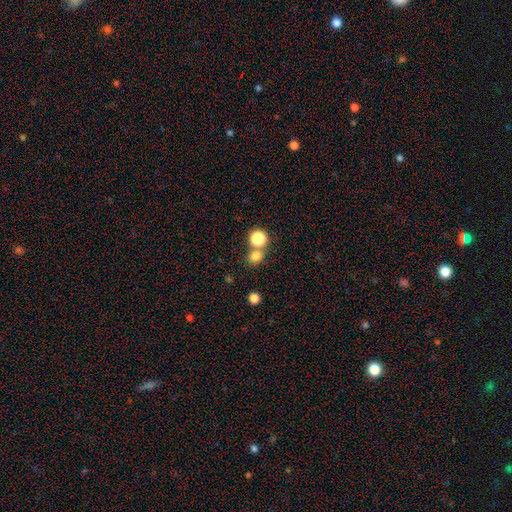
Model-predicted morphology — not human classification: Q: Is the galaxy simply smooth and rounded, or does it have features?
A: smooth — 78%.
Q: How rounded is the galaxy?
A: round — 76%.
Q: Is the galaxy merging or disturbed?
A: none — 58%.